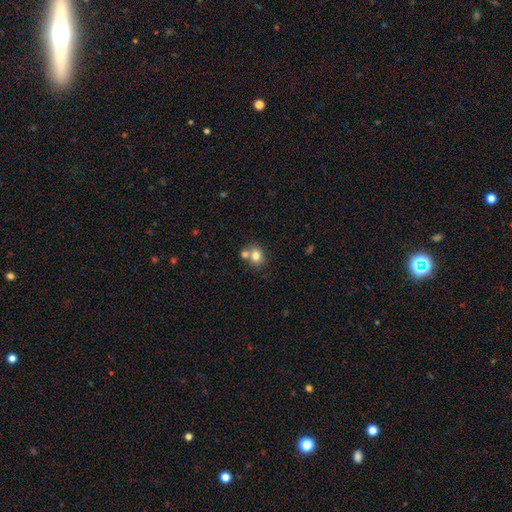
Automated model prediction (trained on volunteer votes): smooth-or-featured: smooth: 78% | featured or disk: 11% | star or artifact: 11%
  how-rounded: round: 62% | in between: 37% | cigar-shaped: 1%
  merging: none: 52% | merger: 36% | minor disturbance: 9% | major disturbance: 3%